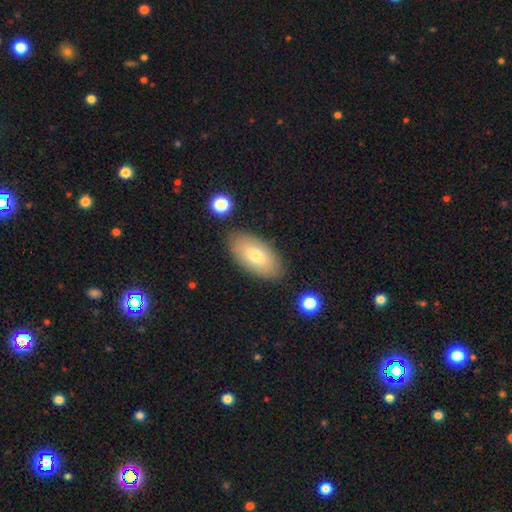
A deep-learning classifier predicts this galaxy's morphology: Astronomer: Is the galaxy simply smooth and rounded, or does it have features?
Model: smooth — 71%.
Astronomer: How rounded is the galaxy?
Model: in between — 93%.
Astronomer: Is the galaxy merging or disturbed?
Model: none — 83%.